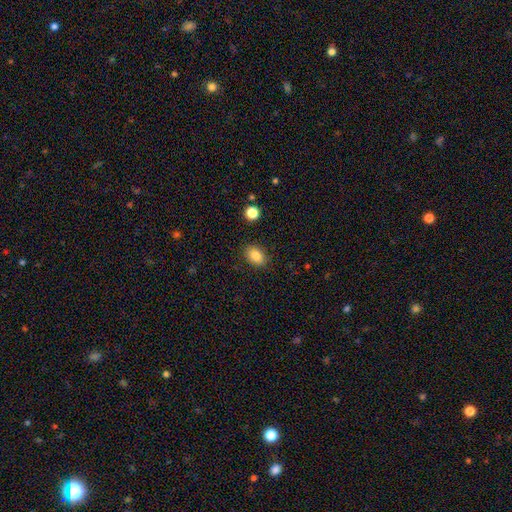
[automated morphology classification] Overall: smooth (84%). How rounded: in between (80%). Merging: none (86%).